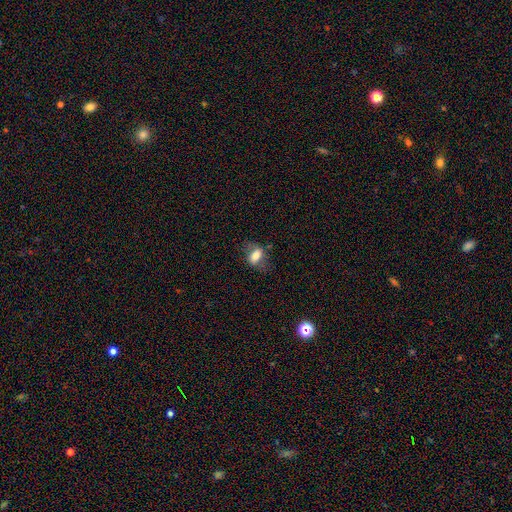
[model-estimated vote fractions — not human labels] Smooth or featured: smooth — 66% (featured or disk — 25%)
How rounded: in between — 81% (round — 13%)
Merging: none — 67% (minor disturbance — 21%)